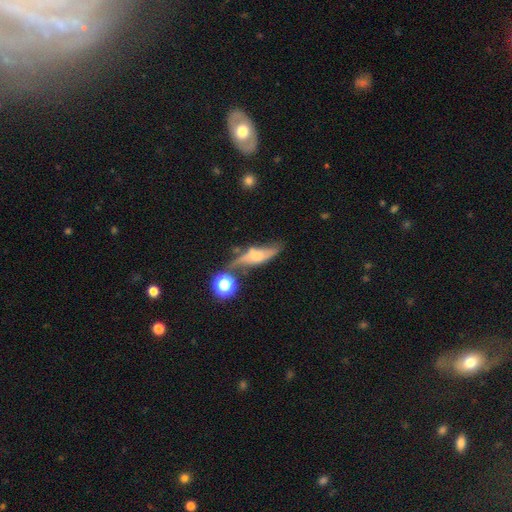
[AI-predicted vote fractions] Smooth or featured? featured or disk (50%)
Merging? none (42%)